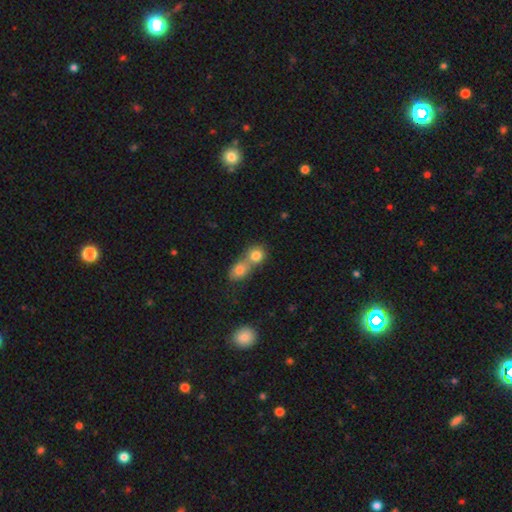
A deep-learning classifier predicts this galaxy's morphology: The model was most divided on "merging": merger: 65%, none: 28%, minor disturbance: 5%, major disturbance: 3%. More confident: smooth or featured — smooth (79%); how rounded — round (74%).